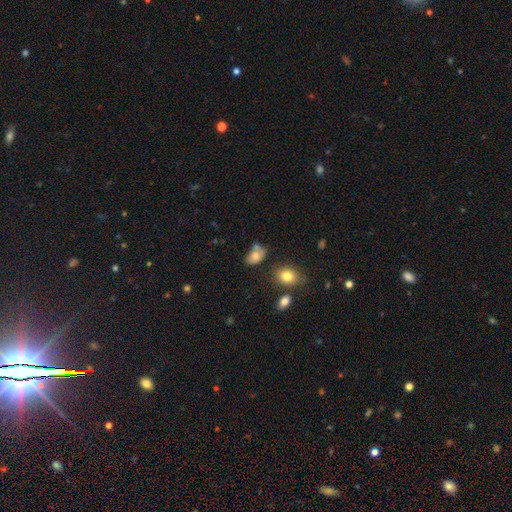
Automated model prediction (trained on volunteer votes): This is likely a smooth galaxy (75%). How rounded: clearly in between (84%). Merging: possibly none (51%).